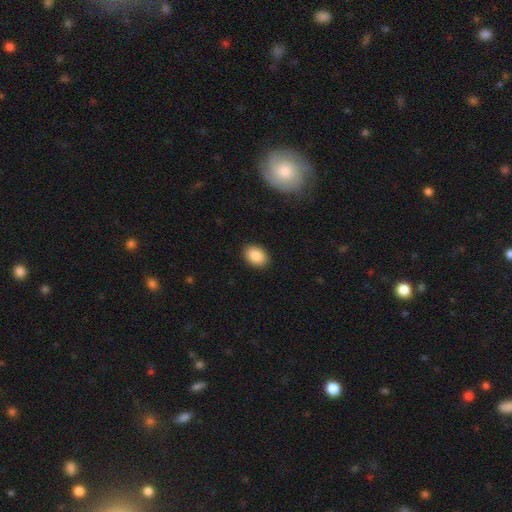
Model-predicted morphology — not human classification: type=smooth (88%); roundness=in between (80%); merging=none (90%).